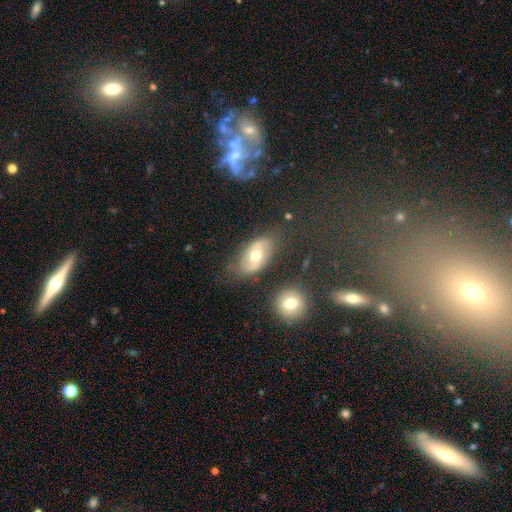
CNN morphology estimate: This appears to be a featured or disk galaxy (48%). Merging: none (71%).